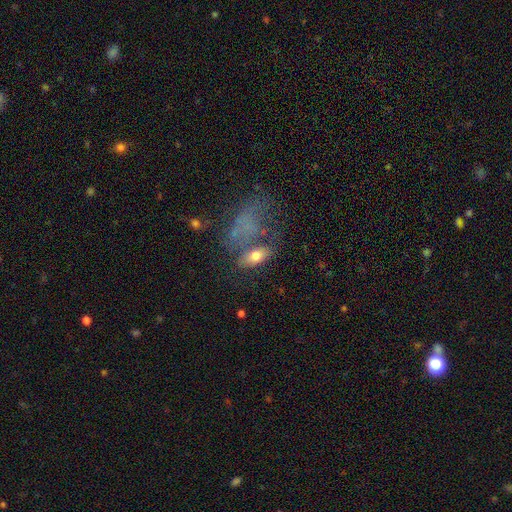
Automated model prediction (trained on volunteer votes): Q: Smooth or featured?
A: smooth (68%); runner-up: featured or disk (21%)
Q: How rounded?
A: in between (84%); runner-up: cigar-shaped (10%)
Q: Merging?
A: none (48%); runner-up: minor disturbance (18%)